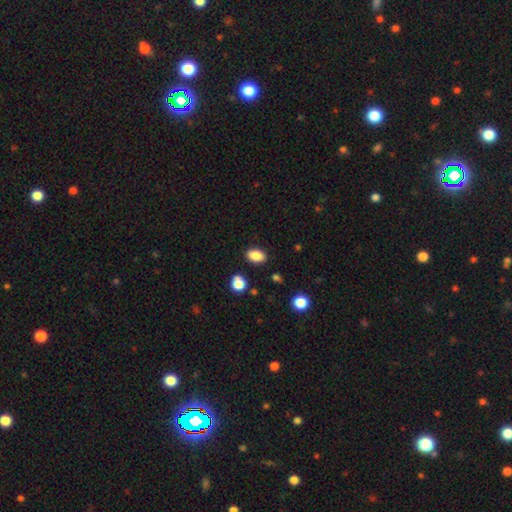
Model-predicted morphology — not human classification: Smooth or featured? Predicted: smooth (p=0.87). How rounded? Predicted: in between (p=0.86). Merging? Predicted: none (p=0.86).